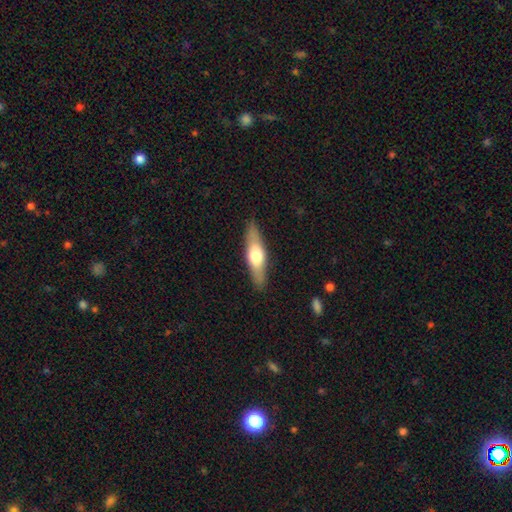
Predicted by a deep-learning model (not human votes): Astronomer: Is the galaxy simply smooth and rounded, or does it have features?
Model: smooth — 50% (runner-up: featured or disk, 45%).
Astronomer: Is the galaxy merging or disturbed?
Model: none — 88%.